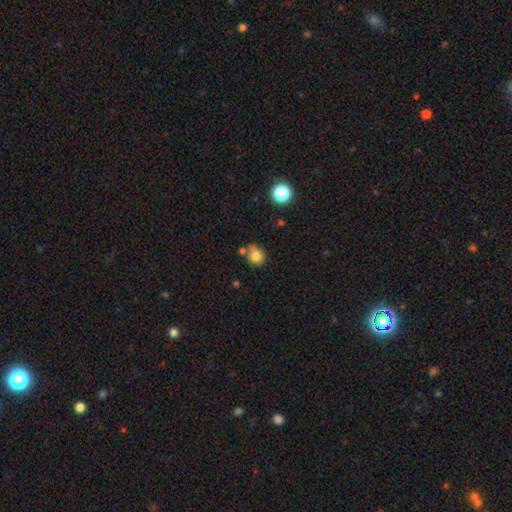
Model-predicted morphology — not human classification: Smooth or featured? Predicted: smooth (p=0.79). How rounded? Predicted: round (p=0.73). Merging? Predicted: none (p=0.60).